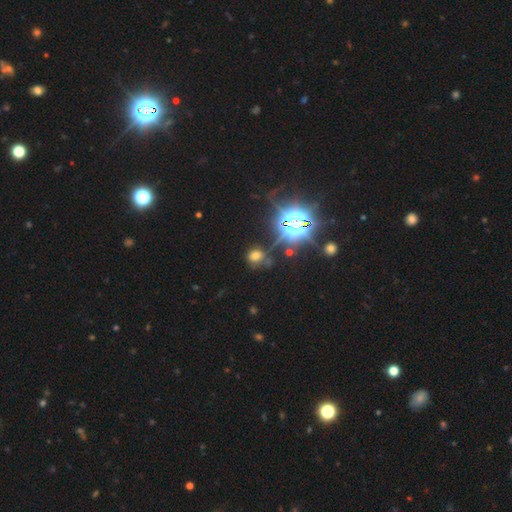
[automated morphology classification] A smooth galaxy with no disk features (49%).

Vote fractions:
- Smooth or featured? smooth: 49% / star or artifact: 41% / featured or disk: 10%
- Merging? none: 66% / minor disturbance: 16% / merger: 9% / major disturbance: 8%